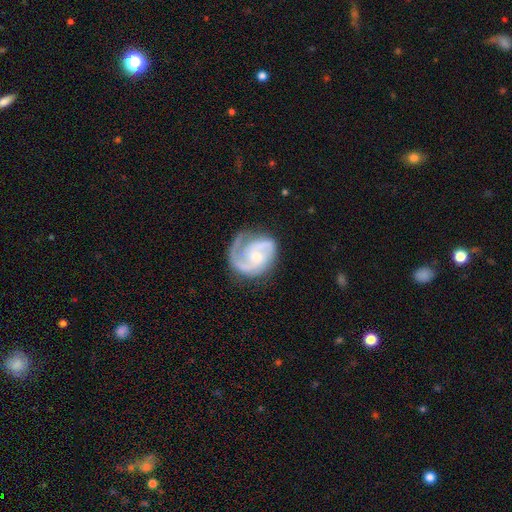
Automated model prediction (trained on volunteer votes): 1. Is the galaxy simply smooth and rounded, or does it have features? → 89% featured or disk, 7% smooth, 4% star or artifact.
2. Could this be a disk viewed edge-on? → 98% no, 2% yes.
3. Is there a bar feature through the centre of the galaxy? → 60% no, 32% weak, 7% strong.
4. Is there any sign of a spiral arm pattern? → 97% yes, 3% no.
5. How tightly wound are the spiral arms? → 47% medium, 39% tight, 13% loose.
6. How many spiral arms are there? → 71% 2, 12% 1, 8% 3, 5% can't tell, 2% 4, 2% more than 4.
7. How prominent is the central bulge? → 48% small, 47% moderate, 2% large, 2% none, 1% dominant.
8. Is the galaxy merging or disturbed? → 67% none, 21% minor disturbance, 11% major disturbance, 2% merger.